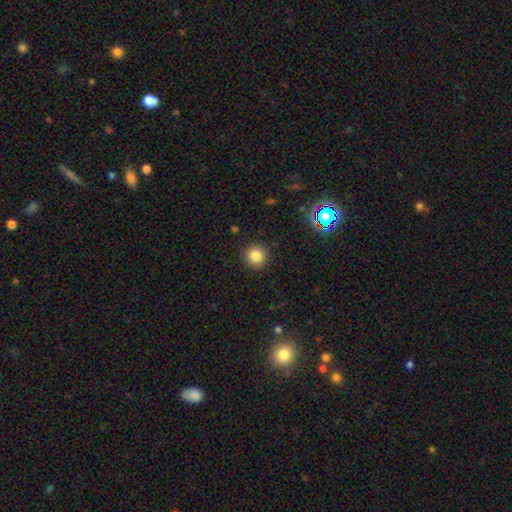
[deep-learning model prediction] Smooth or featured? smooth (82%)
How rounded? round (93%)
Merging? none (90%)